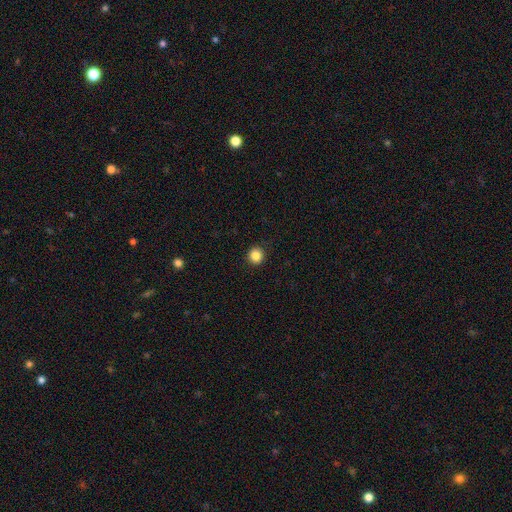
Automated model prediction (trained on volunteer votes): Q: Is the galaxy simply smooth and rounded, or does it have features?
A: smooth — 86%.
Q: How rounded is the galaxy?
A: round — 92%.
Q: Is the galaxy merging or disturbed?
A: none — 92%.